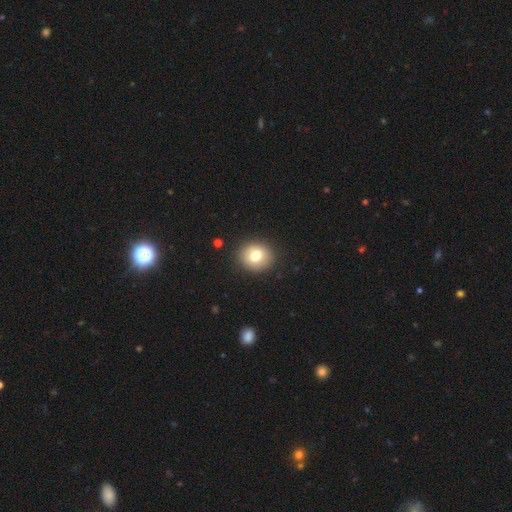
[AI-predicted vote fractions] smooth_or_featured: smooth (p=0.76) [alt: featured or disk p=0.15]
how_rounded: round (p=0.74) [alt: in between p=0.25]
merging: none (p=0.90) [alt: minor disturbance p=0.07]